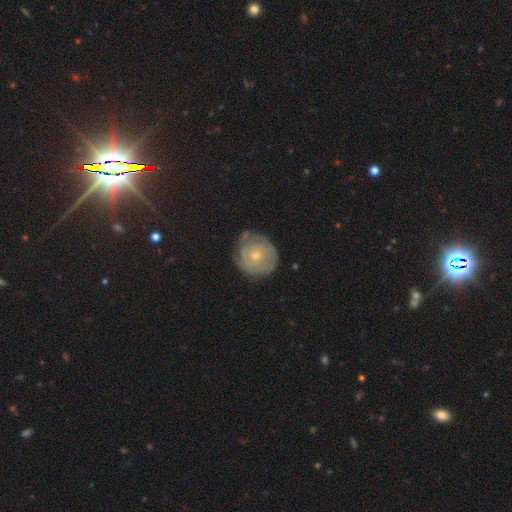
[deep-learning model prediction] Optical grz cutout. It shows a featured or disk galaxy (61%) with no bar (85%), spiral arms (71%) and a small central bulge (62%). Merging: none (67%).